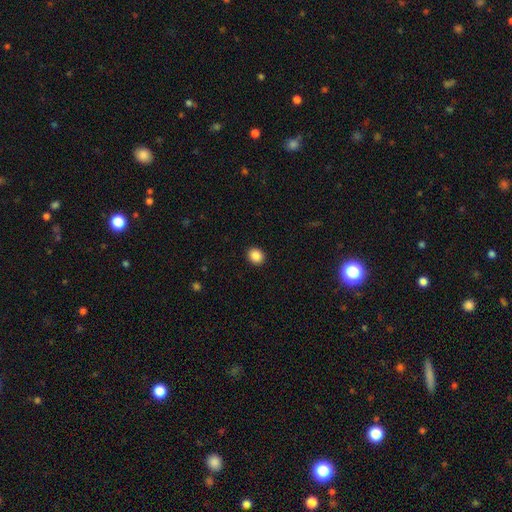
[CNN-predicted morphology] smooth 87%, star or artifact 9%, featured or disk 3%. Down the decision tree: how rounded — round (72%); merging — none (92%).